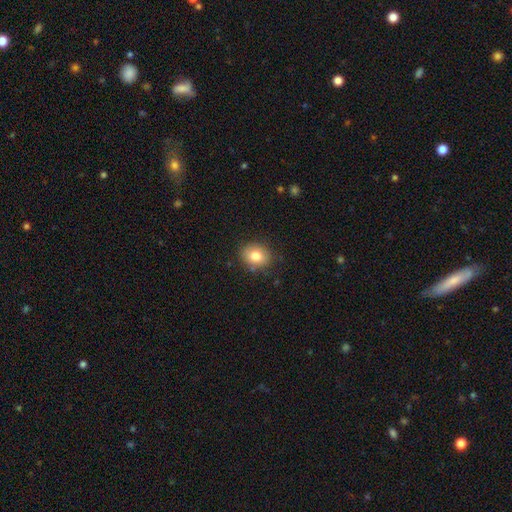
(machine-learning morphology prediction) smooth_or_featured: smooth (p=0.81) [alt: star or artifact p=0.10]
how_rounded: round (p=0.56) [alt: in between p=0.43]
merging: none (p=0.84) [alt: minor disturbance p=0.11]